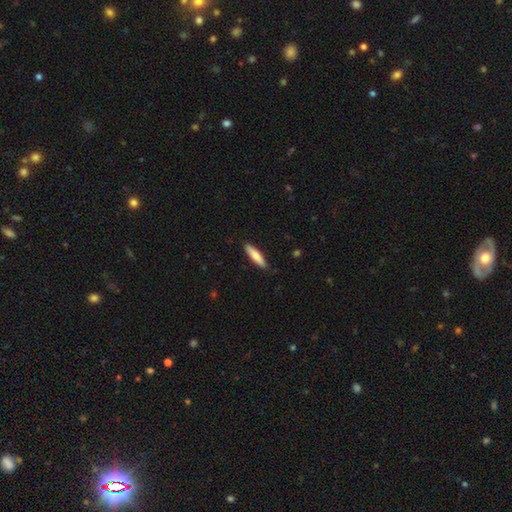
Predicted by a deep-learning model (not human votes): This appears to be a smooth galaxy with no disk features (77%) that is cigar-shaped (79%). Merging: none (88%).